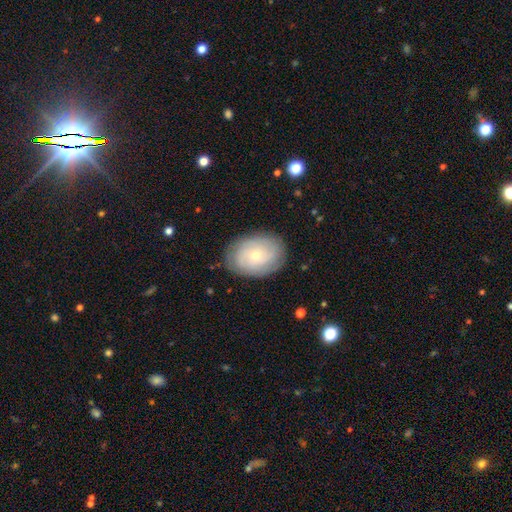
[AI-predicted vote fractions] This appears to be a featured or disk galaxy (56%) with no bar (83%), spiral arms (78%) and a small central bulge (71%). Merging: none (82%).